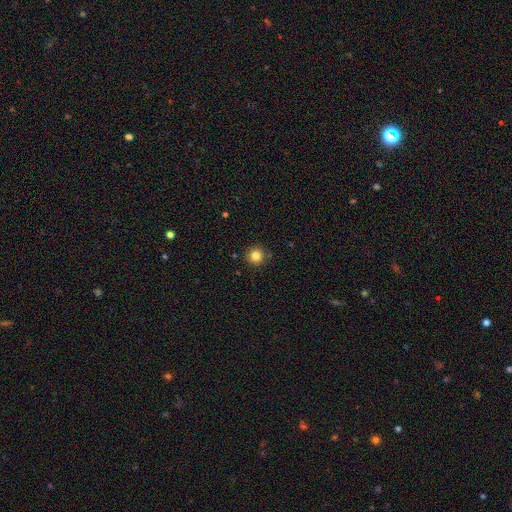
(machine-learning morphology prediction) Smooth or featured? Predicted: smooth (p=0.83). How rounded? Predicted: round (p=0.95). Merging? Predicted: none (p=0.89).